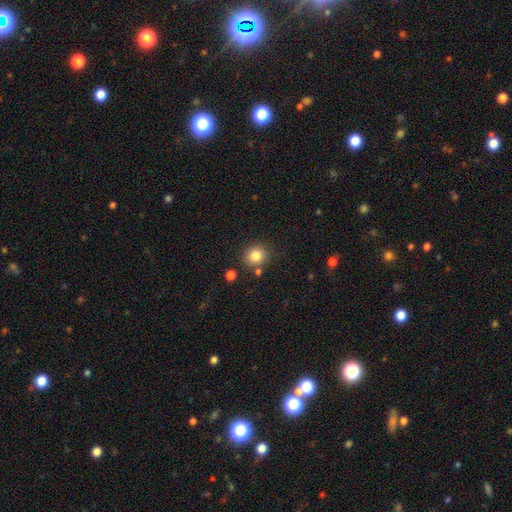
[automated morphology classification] This is clearly a smooth galaxy (83%). How rounded: clearly round (83%). Merging: clearly none (80%).